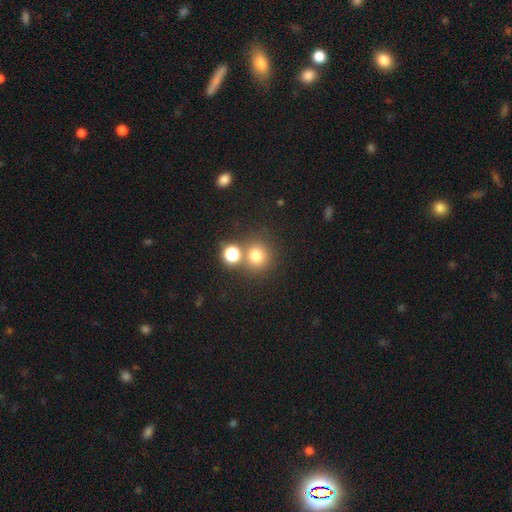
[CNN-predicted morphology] This appears to be a smooth galaxy with no disk features (75%) that is round (90%). Merging: none (67%).